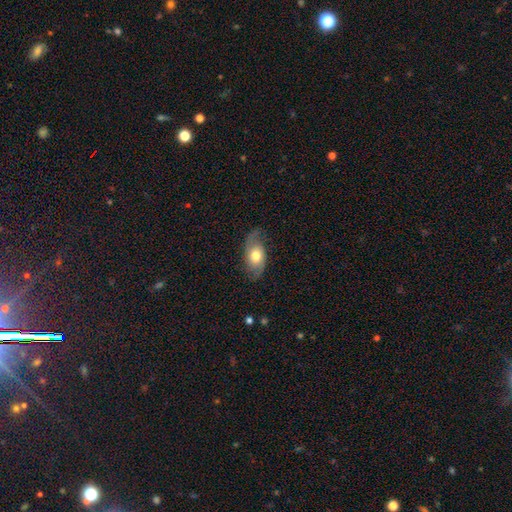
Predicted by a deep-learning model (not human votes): Smooth or featured? Predicted: featured or disk (p=0.54). Edge-on disk? Predicted: no (p=0.91). Merging? Predicted: none (p=0.72).